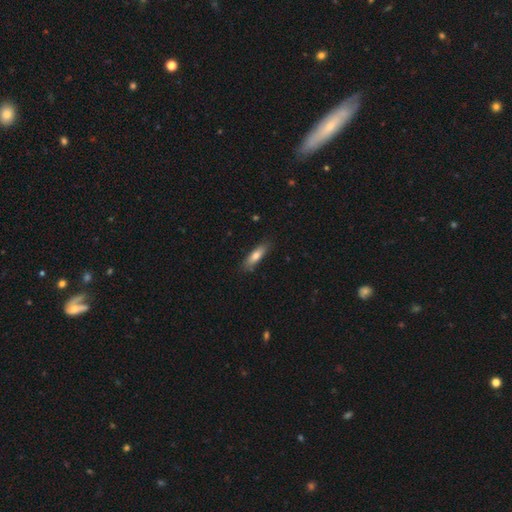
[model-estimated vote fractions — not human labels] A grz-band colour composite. It shows a smooth galaxy with no disk features (71%) that is cigar-shaped (55%). Merging: none (82%).